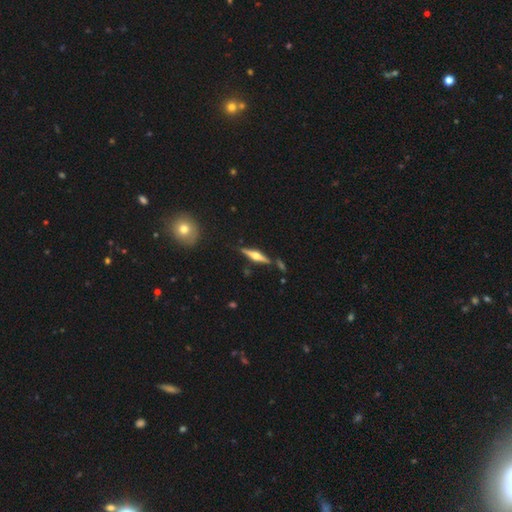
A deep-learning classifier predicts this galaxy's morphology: This appears to be a featured or disk galaxy (75%) viewed edge-on (97%) with a rounded central bulge (92%). Merging: none (82%).